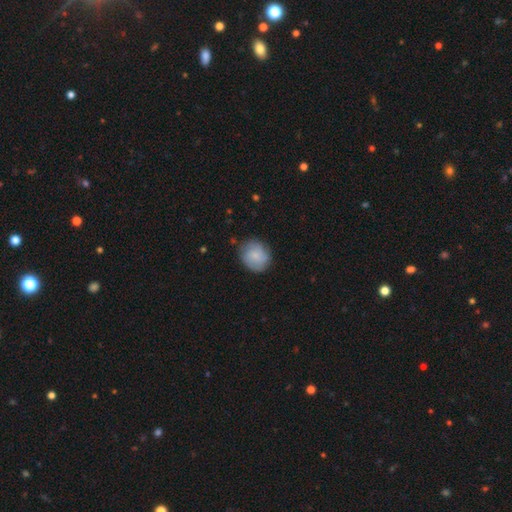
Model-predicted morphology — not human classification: A smooth galaxy with no disk features (71%) that is round (74%). Merging: none (78%).